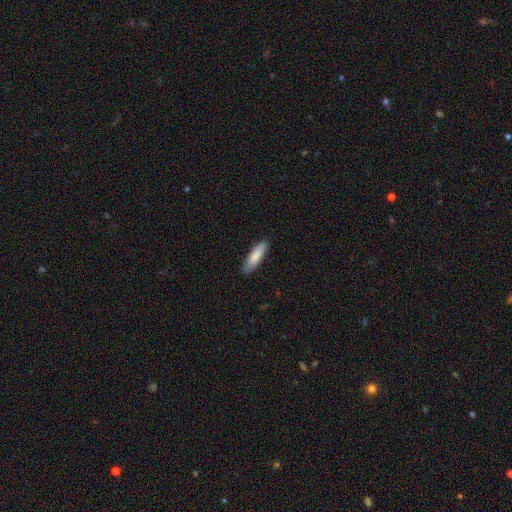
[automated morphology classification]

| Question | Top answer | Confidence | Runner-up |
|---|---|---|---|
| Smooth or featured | smooth | 85% | featured or disk (10%) |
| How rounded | cigar-shaped | 62% | in between (37%) |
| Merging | none | 85% | minor disturbance (12%) |